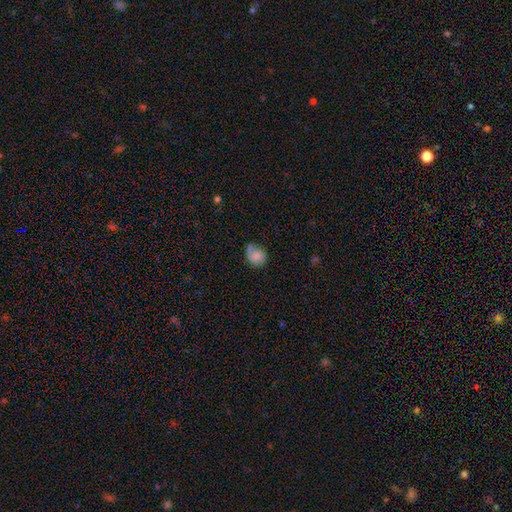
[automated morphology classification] A smooth galaxy with no disk features (67%) that is round (63%).

Vote fractions:
- Smooth or featured? smooth: 67% / featured or disk: 24% / star or artifact: 9%
- How rounded? round: 63% / in between: 36% / cigar-shaped: 1%
- Merging? none: 50% / minor disturbance: 31% / major disturbance: 15% / merger: 5%